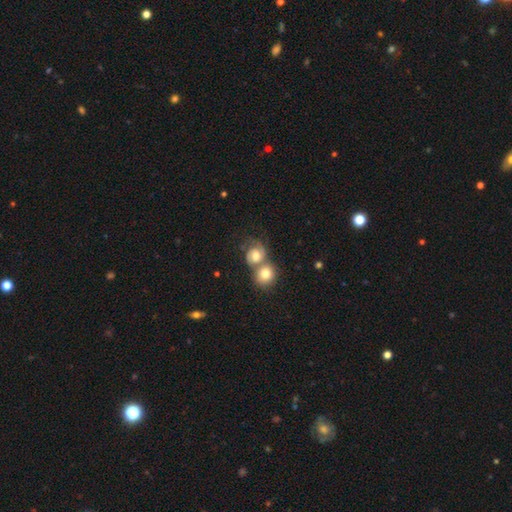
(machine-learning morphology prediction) smooth_or_featured: smooth (p=0.47) [alt: featured or disk p=0.45]
merging: merger (p=0.58) [alt: none p=0.26]